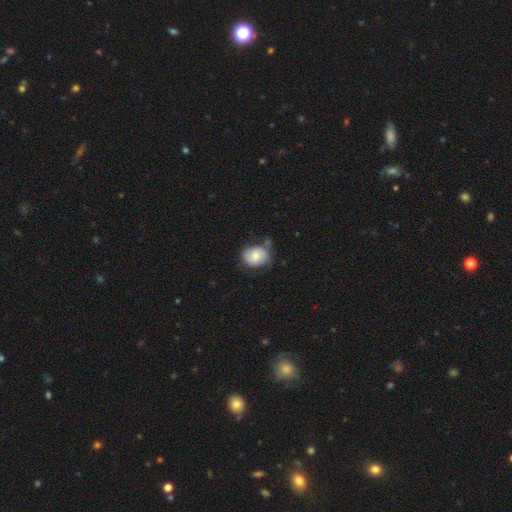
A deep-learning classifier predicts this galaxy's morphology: smooth 69%, featured or disk 23%, star or artifact 8%. Down the decision tree: how rounded — round (54%); merging — none (53%).